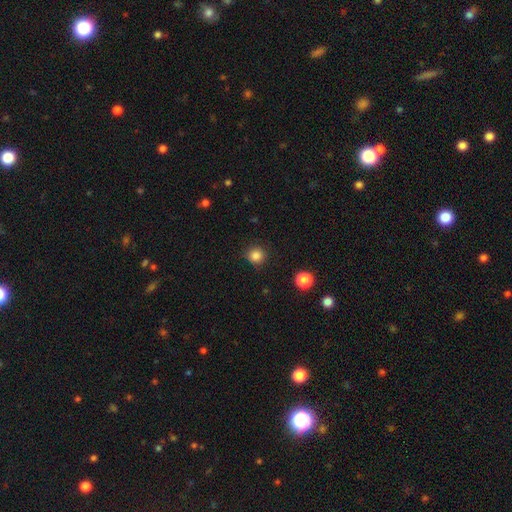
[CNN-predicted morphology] smooth-or-featured: smooth: 84% | star or artifact: 12% | featured or disk: 4%
  how-rounded: round: 94% | in between: 5% | cigar-shaped: 1%
  merging: none: 88% | minor disturbance: 8% | major disturbance: 2% | merger: 1%